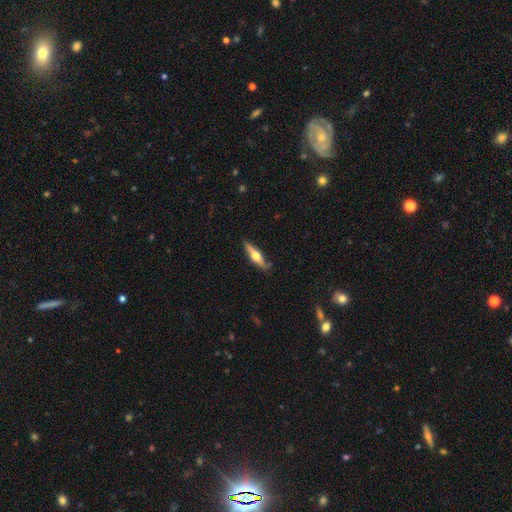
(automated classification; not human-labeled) smooth-or-featured: featured or disk: 62% | smooth: 33% | star or artifact: 5%
  disk-edge-on: yes: 94% | no: 6%
    edge-on-bulge: rounded: 94% | boxy: 4% | none: 2%
  merging: none: 82% | minor disturbance: 14% | major disturbance: 3% | merger: 1%